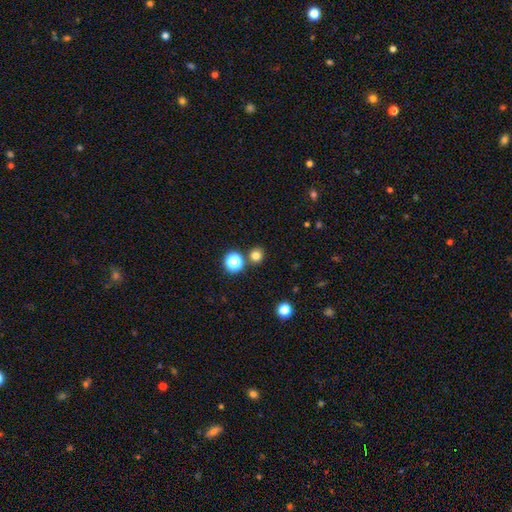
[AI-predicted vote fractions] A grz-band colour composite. It shows a smooth galaxy with no disk features (78%) that is round (91%). Merging: none (82%).